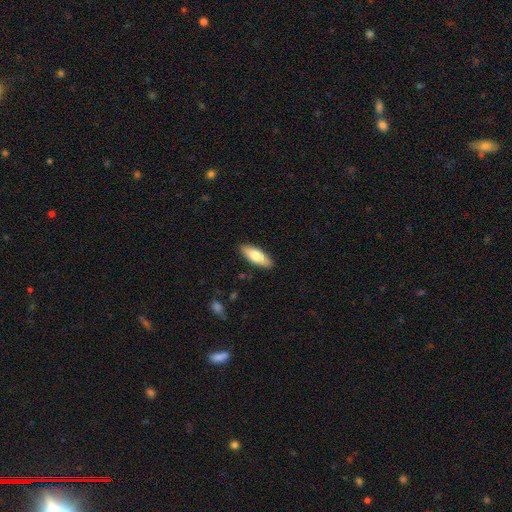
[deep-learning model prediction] Smooth or featured?
  - smooth: 75% *
  - featured or disk: 20%
  - star or artifact: 6%
How rounded?
  - in between: 67% *
  - cigar-shaped: 31%
  - round: 2%
Merging?
  - none: 89% *
  - minor disturbance: 9%
  - major disturbance: 2%
  - merger: 1%